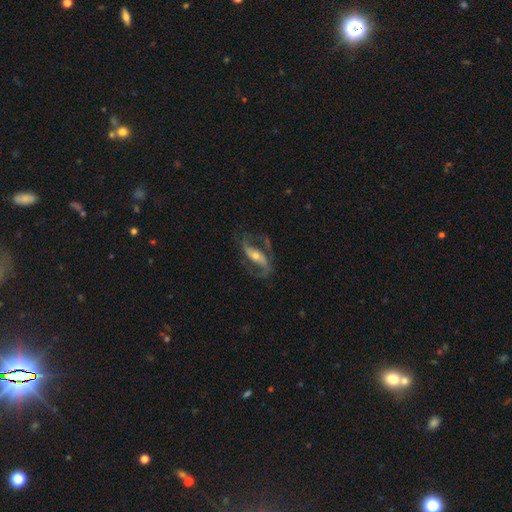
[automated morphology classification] featured or disk 86%, smooth 8%, star or artifact 6%. Down the decision tree: edge-on disk — no (91%); bar — strong (50%); spiral arms — yes (94%); spiral arm count — 2 (90%); spiral winding — medium (45%); bulge size — moderate (48%); merging — none (70%).